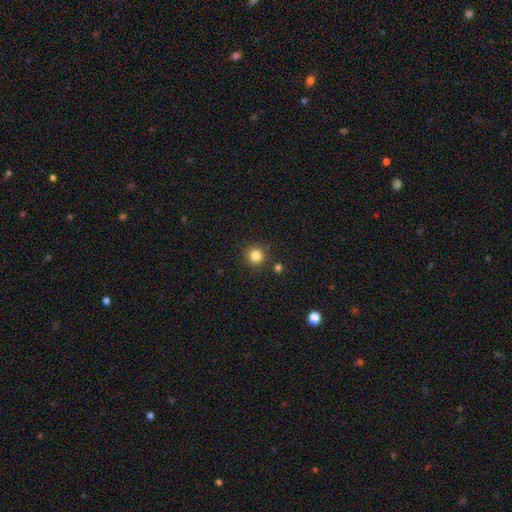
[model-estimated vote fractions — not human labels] Smooth or featured: smooth — 83% (star or artifact — 12%)
How rounded: round — 95% (in between — 4%)
Merging: none — 88% (minor disturbance — 6%)